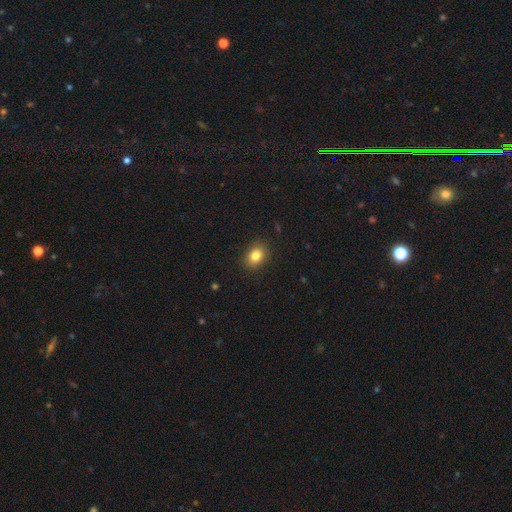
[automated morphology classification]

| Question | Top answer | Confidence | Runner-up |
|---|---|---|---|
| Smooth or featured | smooth | 84% | star or artifact (10%) |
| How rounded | in between | 61% | round (38%) |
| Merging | none | 87% | minor disturbance (9%) |